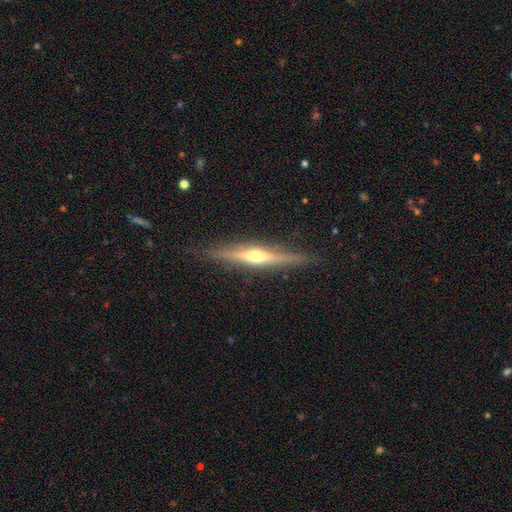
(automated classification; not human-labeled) smooth_or_featured: featured or disk (p=0.72) [alt: smooth p=0.22]
disk_edge_on: yes (p=0.96) [alt: no p=0.04]
edge_on_bulge: rounded (p=0.87) [alt: none p=0.08]
merging: none (p=0.87) [alt: minor disturbance p=0.10]